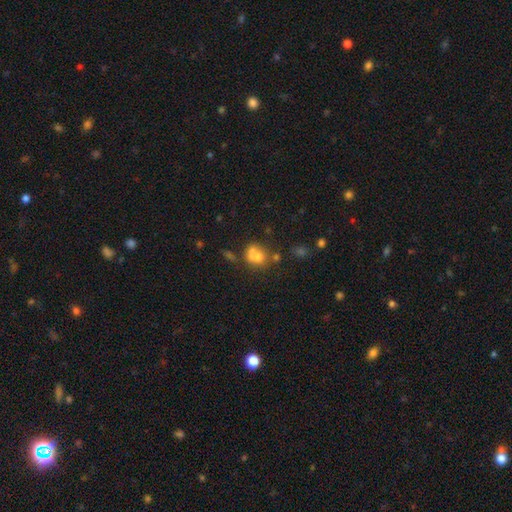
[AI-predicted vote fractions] Q: Smooth or featured?
A: smooth (60%); runner-up: featured or disk (25%)
Q: How rounded?
A: round (68%); runner-up: in between (30%)
Q: Merging?
A: merger (52%); runner-up: none (31%)